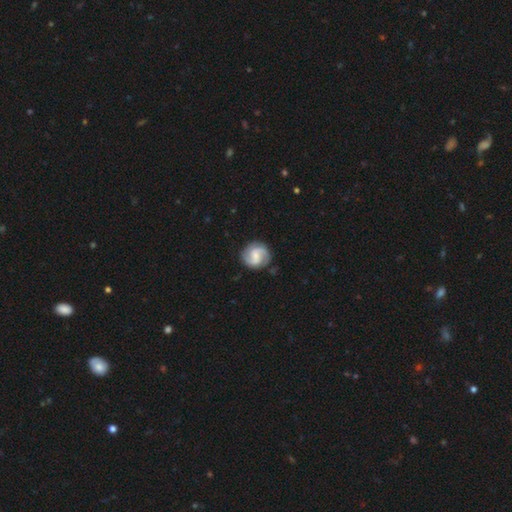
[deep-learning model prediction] Overall: featured or disk (78%). Edge-on disk: no (98%). Bar: weak (52%; no 32%). Spiral arms: yes (96%). Spiral arm count: 2 (87%). Spiral winding: medium (49%; tight 31%). Bulge size: small (46%; moderate 32%). Merging: none (84%).